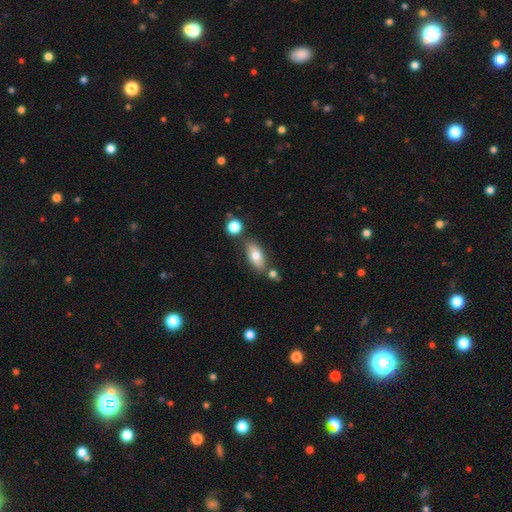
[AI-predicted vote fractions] This appears to be a smooth galaxy with no disk features (74%) that is in between round and cigar-shaped (85%). Merging: none (72%).